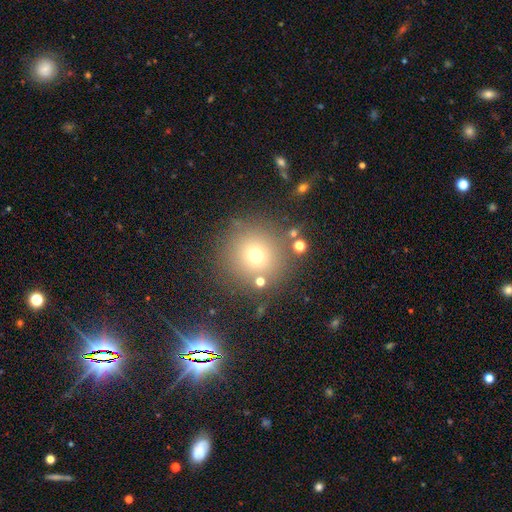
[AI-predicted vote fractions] This is likely a smooth galaxy (69%). How rounded: clearly round (94%). Merging: clearly none (81%).